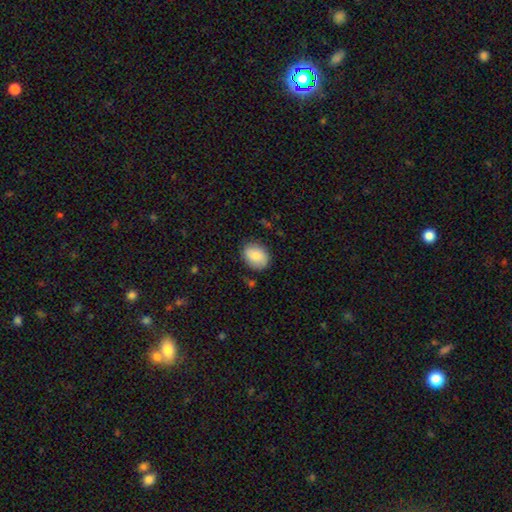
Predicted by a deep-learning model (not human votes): smooth 80%, featured or disk 13%, star or artifact 7%. Down the decision tree: how rounded — in between (58%); merging — none (79%).